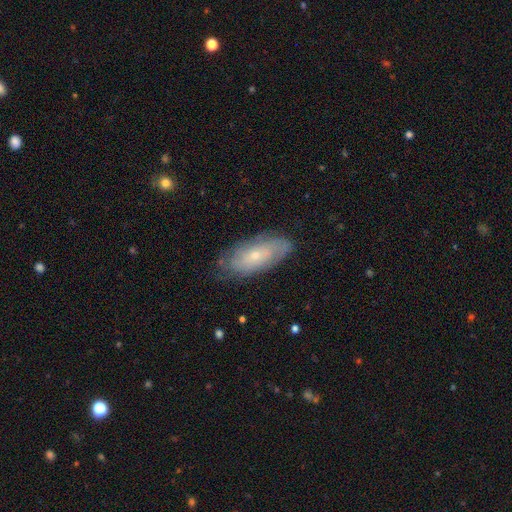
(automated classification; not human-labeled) Smooth or featured? Predicted: featured or disk (p=0.53). Edge-on disk? Predicted: no (p=0.85). Merging? Predicted: none (p=0.74).